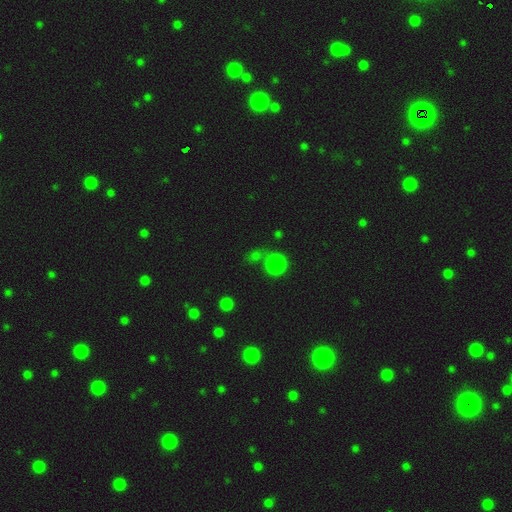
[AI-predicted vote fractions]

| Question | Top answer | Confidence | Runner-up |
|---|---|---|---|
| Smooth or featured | smooth | 74% | star or artifact (20%) |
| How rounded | round | 82% | in between (17%) |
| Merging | none | 64% | merger (19%) |